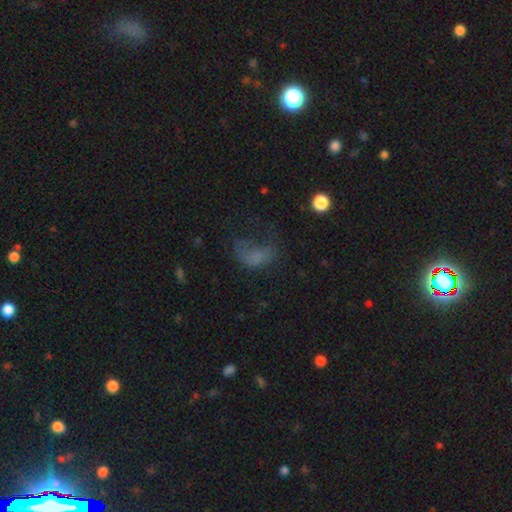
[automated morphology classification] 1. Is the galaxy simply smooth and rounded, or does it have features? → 55% smooth, 26% featured or disk, 19% star or artifact.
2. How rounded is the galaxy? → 82% in between, 14% round, 4% cigar-shaped.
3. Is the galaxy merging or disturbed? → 53% major disturbance, 25% none, 19% minor disturbance, 4% merger.